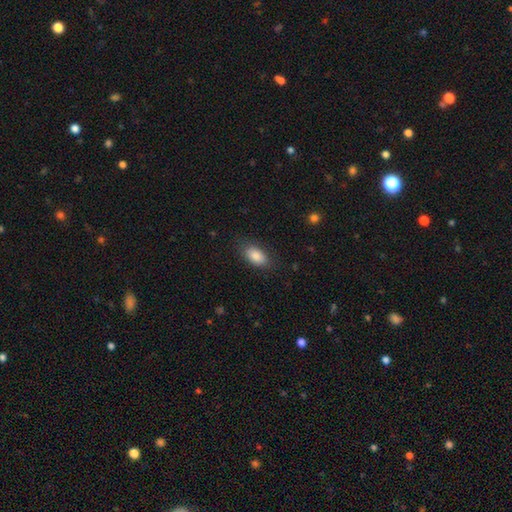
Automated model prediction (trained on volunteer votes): The model was most divided on "merging": none: 81%, minor disturbance: 13%, major disturbance: 4%, merger: 1%. More confident: how rounded — in between (92%); smooth or featured — smooth (86%).